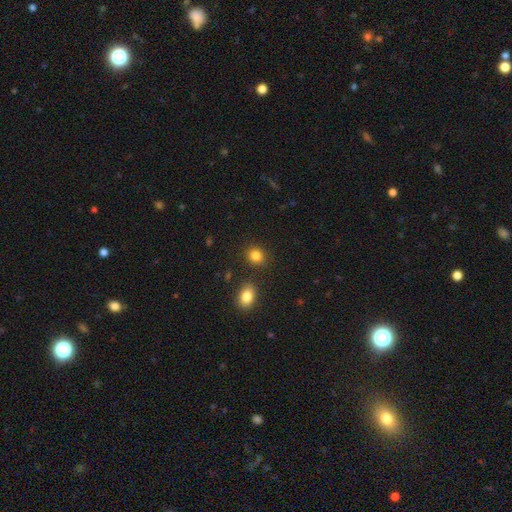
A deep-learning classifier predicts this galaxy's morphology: smooth-or-featured: smooth: 85% | star or artifact: 11% | featured or disk: 5%
  how-rounded: round: 69% | in between: 30% | cigar-shaped: 1%
  merging: none: 85% | minor disturbance: 8% | merger: 4% | major disturbance: 3%